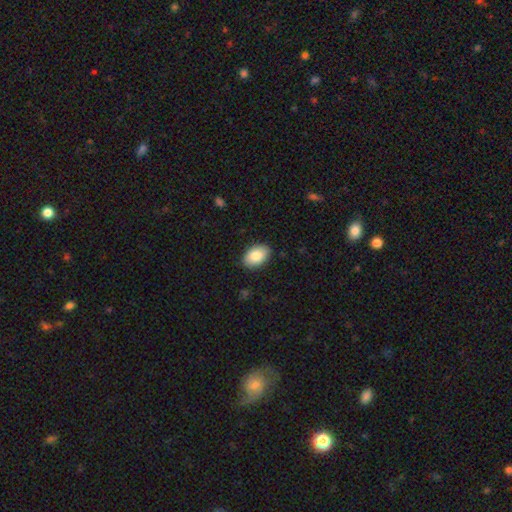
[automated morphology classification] type=smooth (86%); roundness=in between (90%); merging=none (88%).